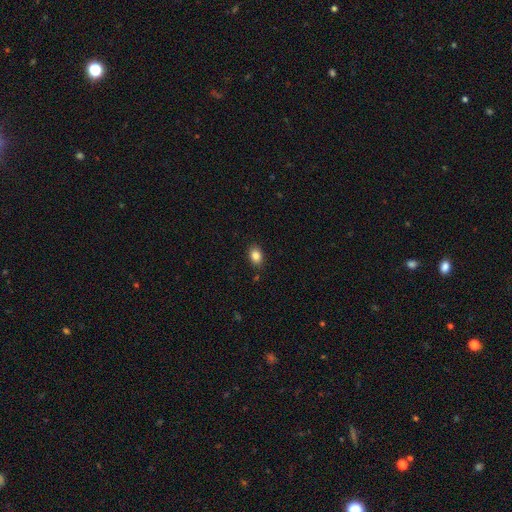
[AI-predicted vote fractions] smooth_or_featured: smooth (p=0.85) [alt: star or artifact p=0.09]
how_rounded: in between (p=0.76) [alt: round p=0.23]
merging: none (p=0.86) [alt: minor disturbance p=0.10]